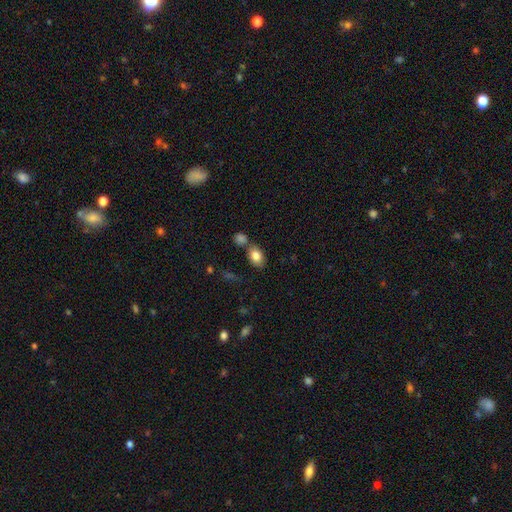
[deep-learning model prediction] smooth 83%, featured or disk 10%, star or artifact 8%. Down the decision tree: how rounded — in between (83%); merging — none (63%).